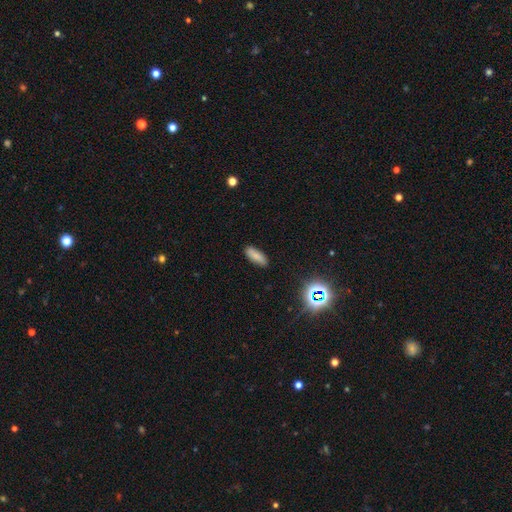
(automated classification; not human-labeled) Morphology: type=smooth (79%); roundness=in between (69%); merging=none (87%).